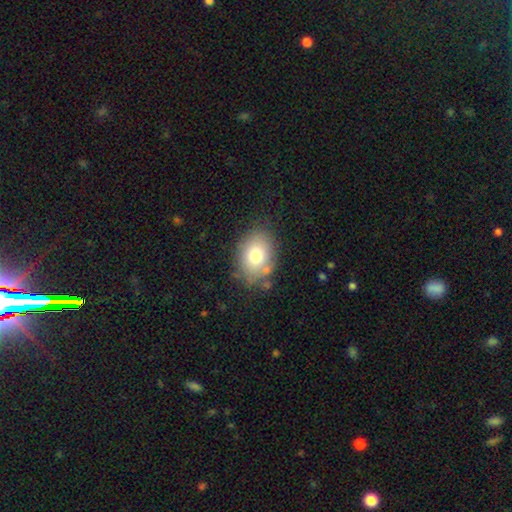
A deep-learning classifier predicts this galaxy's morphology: smooth_or_featured: smooth (p=0.75) [alt: featured or disk p=0.16]
how_rounded: in between (p=0.71) [alt: round p=0.28]
merging: none (p=0.73) [alt: minor disturbance p=0.17]